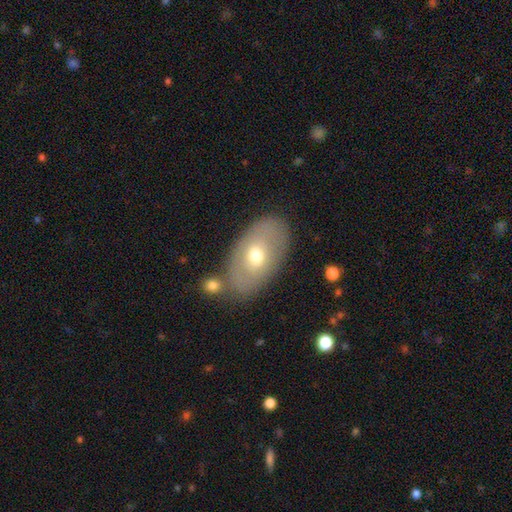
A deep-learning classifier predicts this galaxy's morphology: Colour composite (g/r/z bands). It shows a smooth galaxy with no disk features (52%) that is in between round and cigar-shaped (91%). Merging: none (77%).